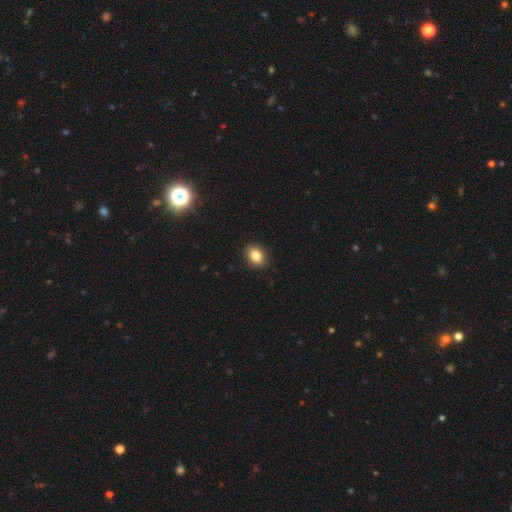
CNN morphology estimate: Q: Smooth or featured?
A: smooth (84%); runner-up: star or artifact (10%)
Q: How rounded?
A: in between (64%); runner-up: round (35%)
Q: Merging?
A: none (90%); runner-up: minor disturbance (7%)